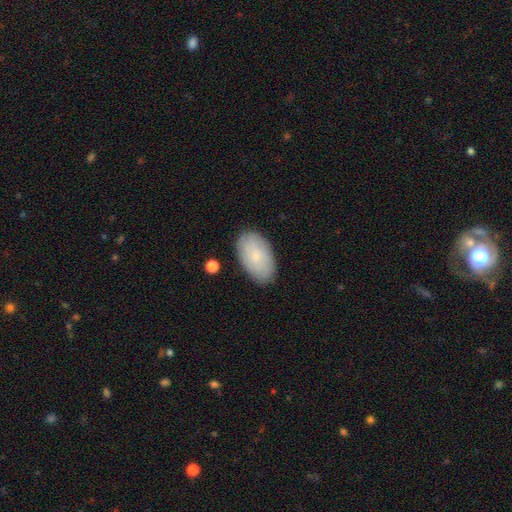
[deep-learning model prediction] Smooth or featured? smooth (72%)
How rounded? in between (95%)
Merging? none (85%)